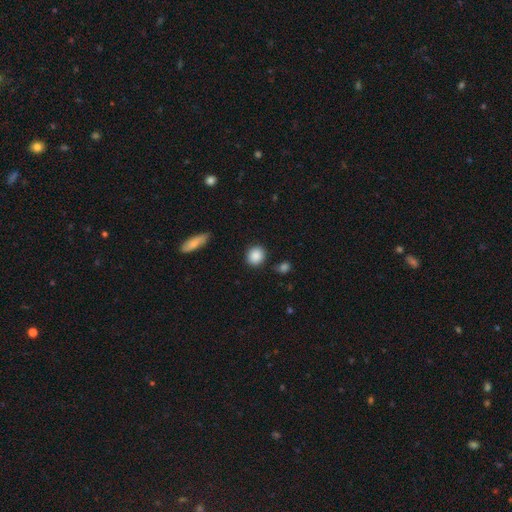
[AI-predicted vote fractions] This is clearly a smooth galaxy (88%). How rounded: clearly round (80%). Merging: clearly none (84%).